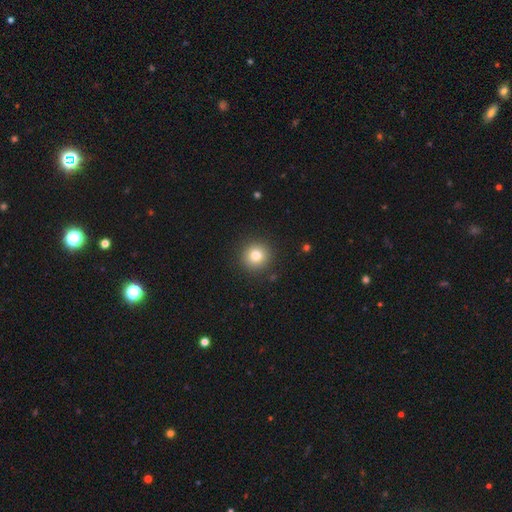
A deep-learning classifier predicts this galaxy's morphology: smooth 80%, star or artifact 11%, featured or disk 8%. Down the decision tree: how rounded — round (94%); merging — none (91%).